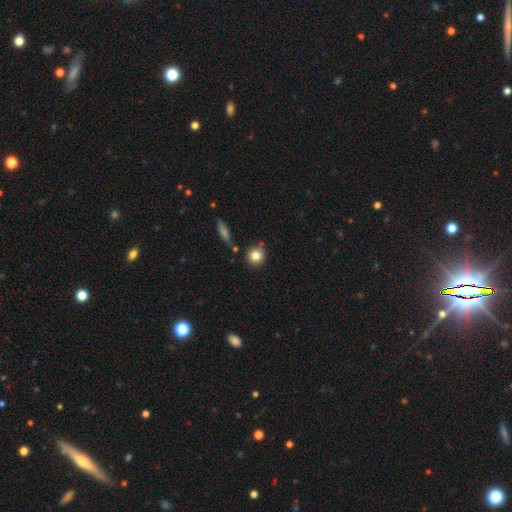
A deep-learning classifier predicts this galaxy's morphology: A smooth galaxy with no disk features (81%) that is round (90%). Merging: none (78%).